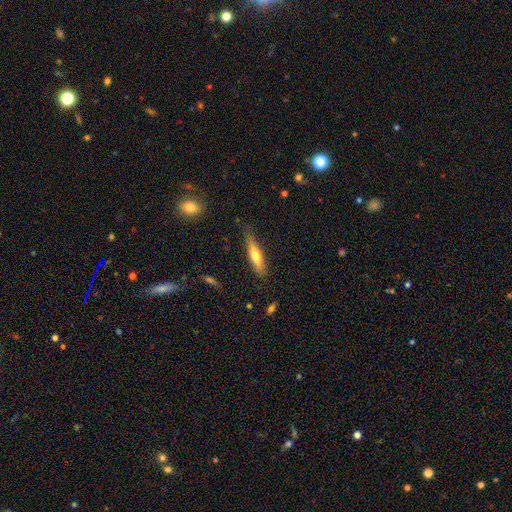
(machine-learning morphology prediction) A smooth galaxy with no disk features (54%) that is cigar-shaped (76%).

Vote fractions:
- Smooth or featured? smooth: 54% / featured or disk: 39% / star or artifact: 6%
- How rounded? cigar-shaped: 76% / in between: 22% / round: 2%
- Merging? none: 74% / minor disturbance: 20% / major disturbance: 4% / merger: 2%